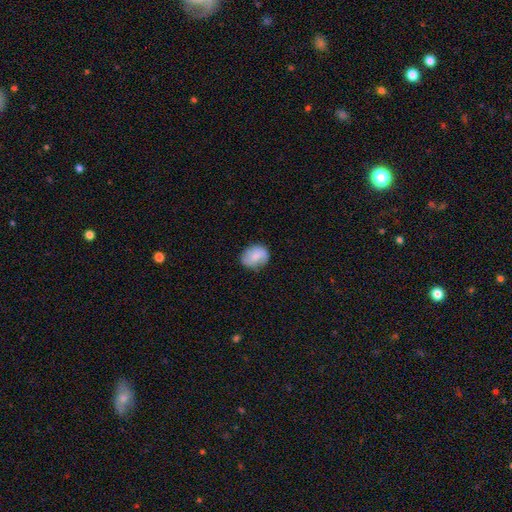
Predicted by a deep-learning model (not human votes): Smooth or featured? Predicted: smooth (p=0.68). How rounded? Predicted: in between (p=0.50). Merging? Predicted: none (p=0.76).